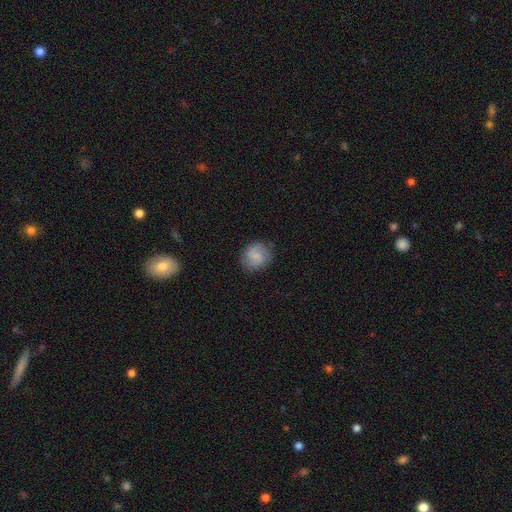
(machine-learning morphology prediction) Smooth or featured: smooth — 48% (featured or disk — 44%)
Merging: none — 80% (minor disturbance — 14%)